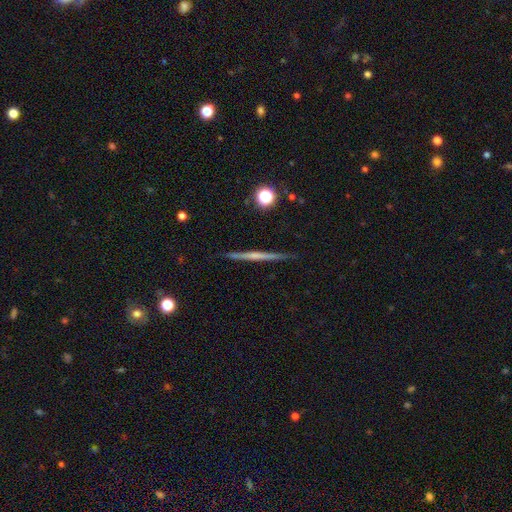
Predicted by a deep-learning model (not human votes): Smooth or featured: featured or disk — 63% (smooth — 30%)
Edge-on disk: yes — 98% (no — 2%)
Edge-on bulge: none — 72% (rounded — 21%)
Merging: none — 91% (minor disturbance — 7%)